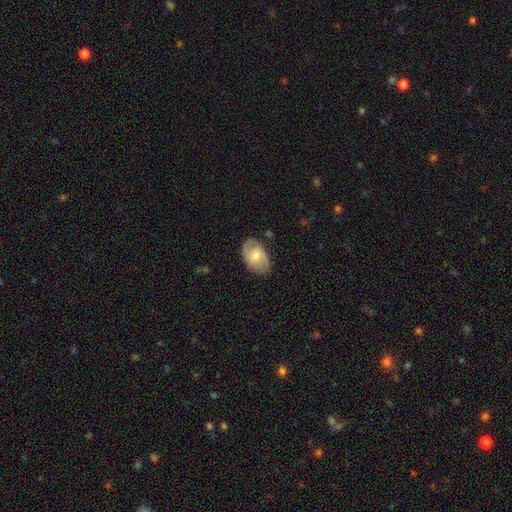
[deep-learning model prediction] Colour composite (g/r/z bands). It shows a smooth galaxy with no disk features (55%) that is in between round and cigar-shaped (88%). Merging: none (74%).